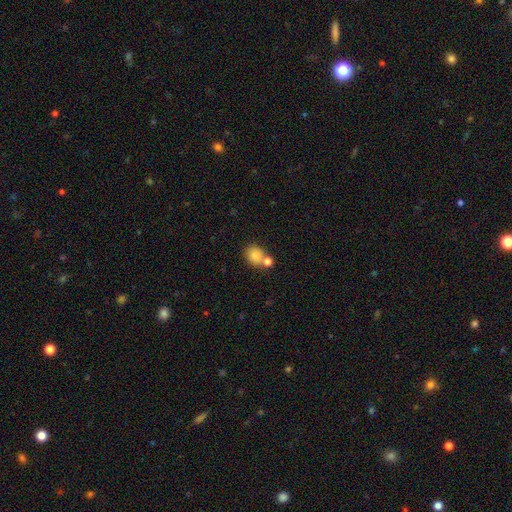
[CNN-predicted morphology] smooth-or-featured: smooth: 83% | star or artifact: 9% | featured or disk: 7%
  how-rounded: round: 70% | in between: 29% | cigar-shaped: 1%
  merging: none: 55% | merger: 32% | minor disturbance: 10% | major disturbance: 3%